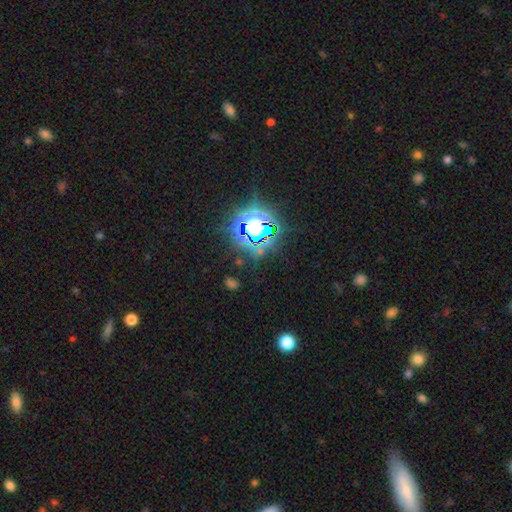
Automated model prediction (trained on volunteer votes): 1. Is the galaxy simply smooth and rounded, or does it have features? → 82% star or artifact, 12% smooth, 6% featured or disk.